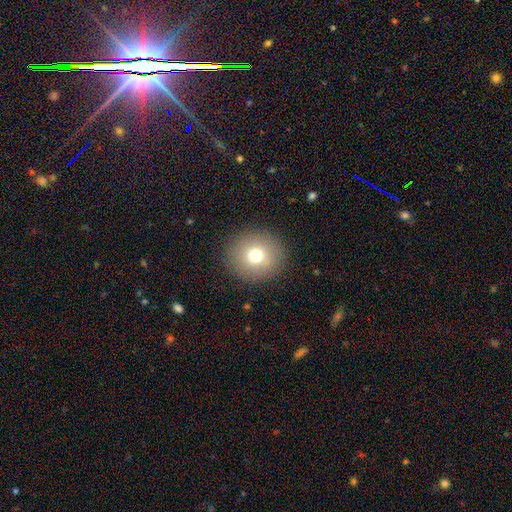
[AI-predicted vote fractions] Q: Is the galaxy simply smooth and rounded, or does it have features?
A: smooth — 73%.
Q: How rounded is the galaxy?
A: round — 89%.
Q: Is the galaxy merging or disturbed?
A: none — 90%.